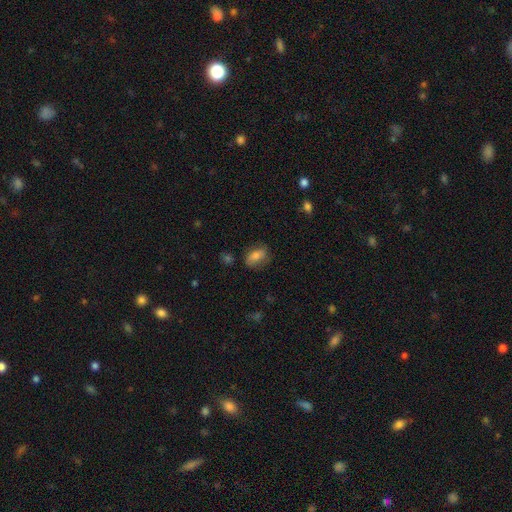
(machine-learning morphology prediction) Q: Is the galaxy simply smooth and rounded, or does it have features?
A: smooth — 74%.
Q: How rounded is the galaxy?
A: in between — 84%.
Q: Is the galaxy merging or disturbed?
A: none — 70%.